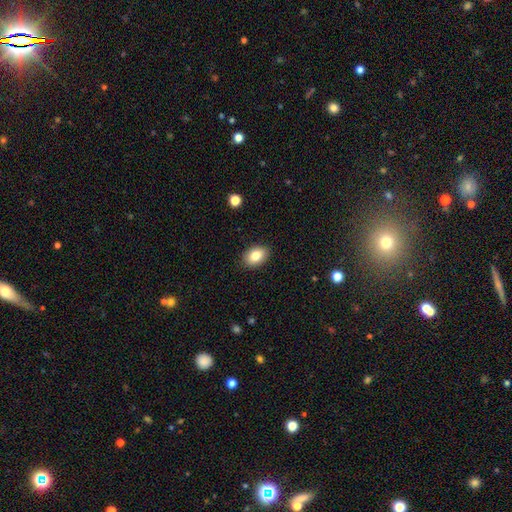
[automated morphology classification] smooth-or-featured: smooth: 83% | featured or disk: 9% | star or artifact: 8%
  how-rounded: in between: 82% | round: 17% | cigar-shaped: 1%
  merging: none: 89% | minor disturbance: 8% | major disturbance: 2% | merger: 1%